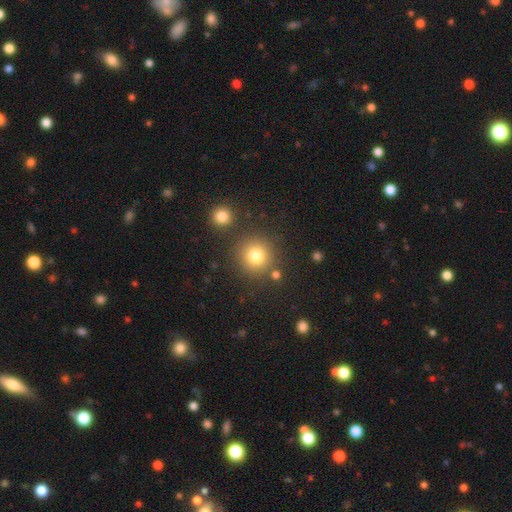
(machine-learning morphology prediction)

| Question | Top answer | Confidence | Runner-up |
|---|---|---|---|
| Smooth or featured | smooth | 80% | star or artifact (13%) |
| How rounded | round | 93% | in between (6%) |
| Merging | none | 82% | minor disturbance (7%) |